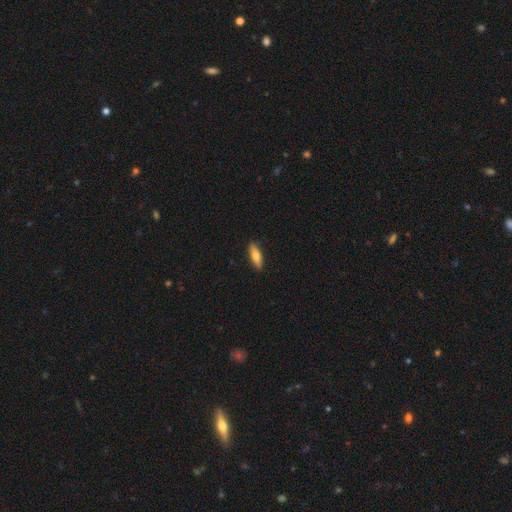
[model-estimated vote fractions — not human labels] Q: Smooth or featured?
A: smooth (73%); runner-up: featured or disk (21%)
Q: How rounded?
A: in between (56%); runner-up: cigar-shaped (42%)
Q: Merging?
A: none (89%); runner-up: minor disturbance (9%)